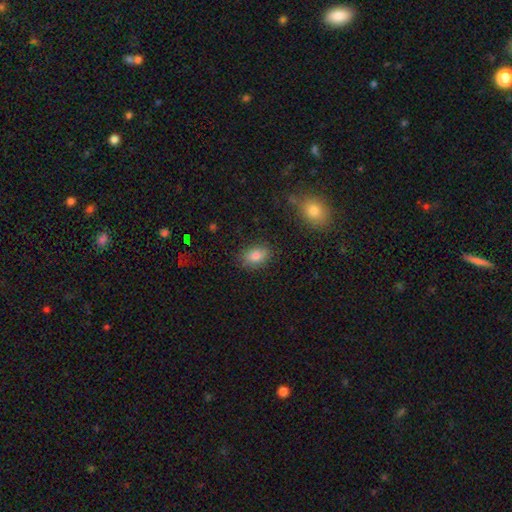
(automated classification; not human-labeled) smooth 82%, star or artifact 10%, featured or disk 8%. Down the decision tree: how rounded — in between (83%); merging — none (85%).